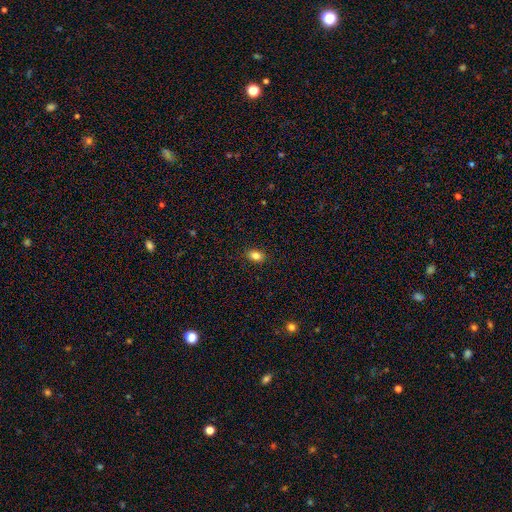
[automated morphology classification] Overall: smooth (84%). How rounded: in between (77%). Merging: none (89%).